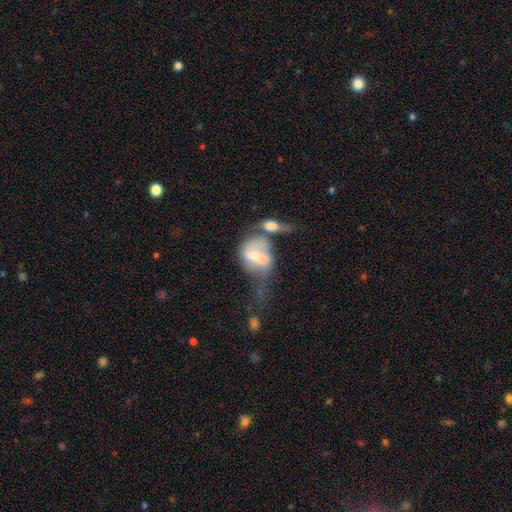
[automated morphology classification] Q: Smooth or featured?
A: featured or disk (47%); runner-up: smooth (45%)
Q: Merging?
A: merger (68%); runner-up: major disturbance (14%)